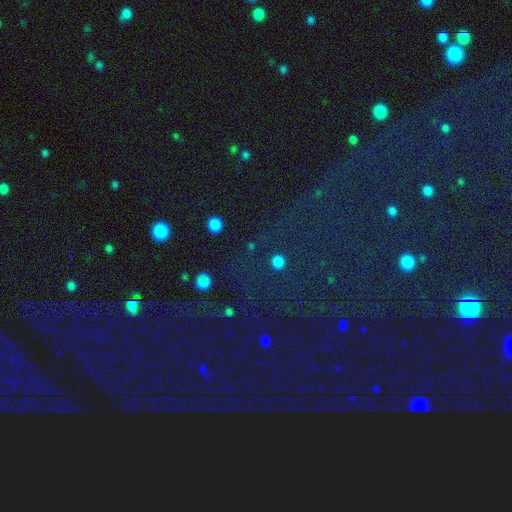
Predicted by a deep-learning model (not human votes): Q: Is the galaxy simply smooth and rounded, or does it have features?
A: star or artifact — 84%.